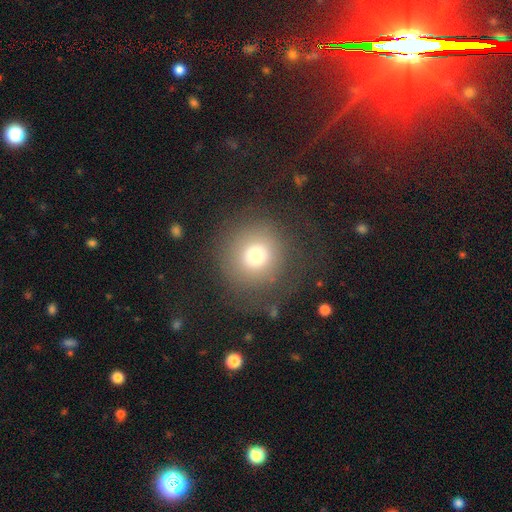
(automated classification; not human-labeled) Smooth or featured? smooth (70%)
How rounded? round (94%)
Merging? none (72%)